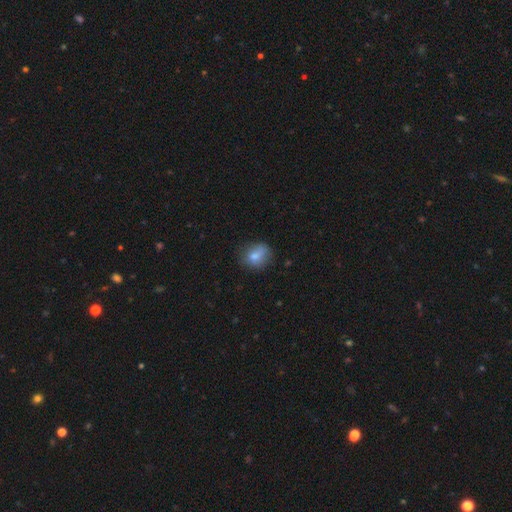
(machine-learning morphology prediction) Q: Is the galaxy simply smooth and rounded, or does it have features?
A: smooth — 78%.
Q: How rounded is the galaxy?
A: round — 56%.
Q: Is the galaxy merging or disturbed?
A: none — 65%.